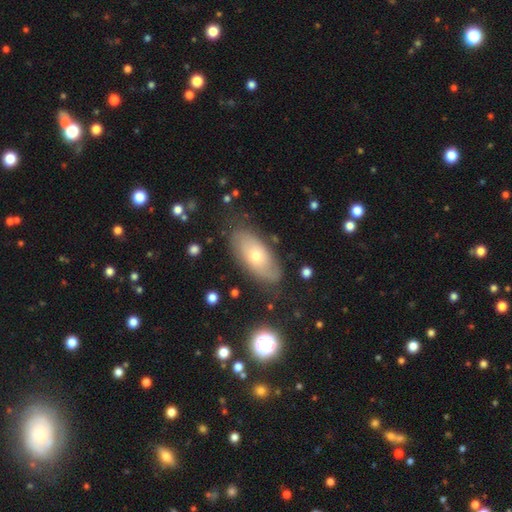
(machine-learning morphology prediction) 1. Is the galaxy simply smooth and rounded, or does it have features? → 47% smooth, 43% featured or disk, 10% star or artifact.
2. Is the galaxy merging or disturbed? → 78% none, 15% minor disturbance, 5% major disturbance, 2% merger.